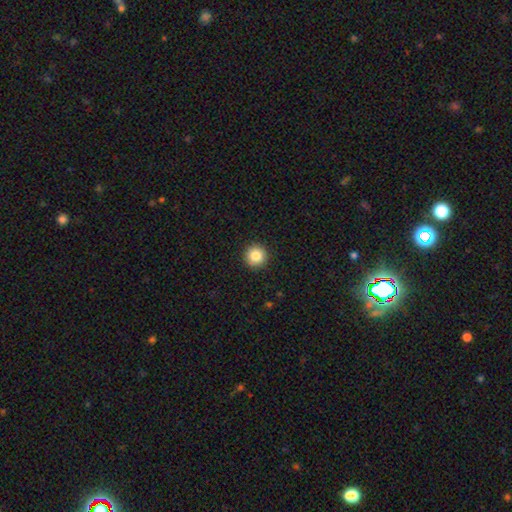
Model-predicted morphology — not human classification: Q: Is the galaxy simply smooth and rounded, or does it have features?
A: smooth — 85%.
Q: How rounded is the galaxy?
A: round — 96%.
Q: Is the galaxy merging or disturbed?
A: none — 93%.